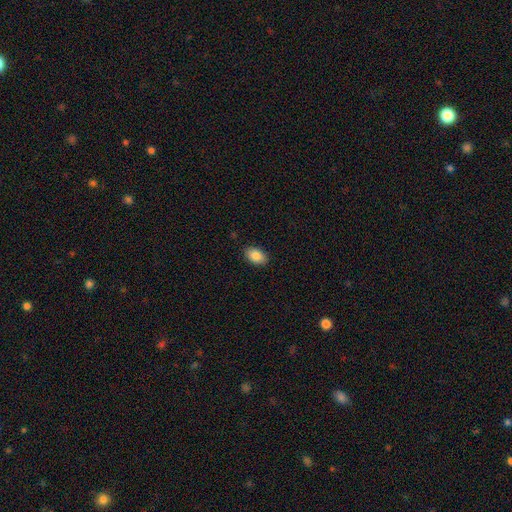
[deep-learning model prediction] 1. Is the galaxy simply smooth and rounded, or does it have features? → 87% smooth, 7% star or artifact, 5% featured or disk.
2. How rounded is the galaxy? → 91% in between, 8% round, 1% cigar-shaped.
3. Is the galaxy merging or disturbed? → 88% none, 9% minor disturbance, 2% major disturbance, 1% merger.